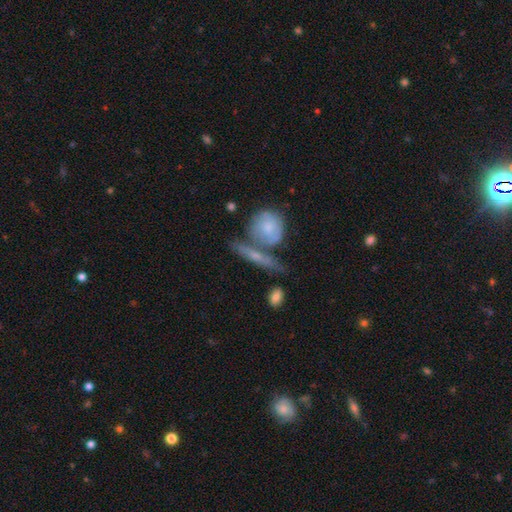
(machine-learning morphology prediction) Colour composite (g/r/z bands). It shows a featured or disk galaxy (50%). Merging: none (53%).